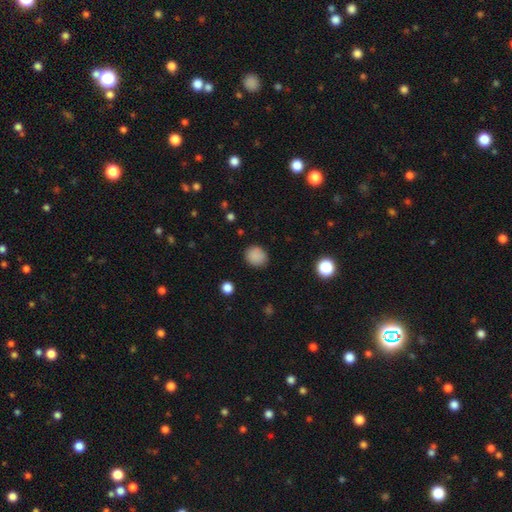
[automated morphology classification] Q: Smooth or featured?
A: smooth (87%); runner-up: star or artifact (10%)
Q: How rounded?
A: round (77%); runner-up: in between (22%)
Q: Merging?
A: none (86%); runner-up: minor disturbance (10%)